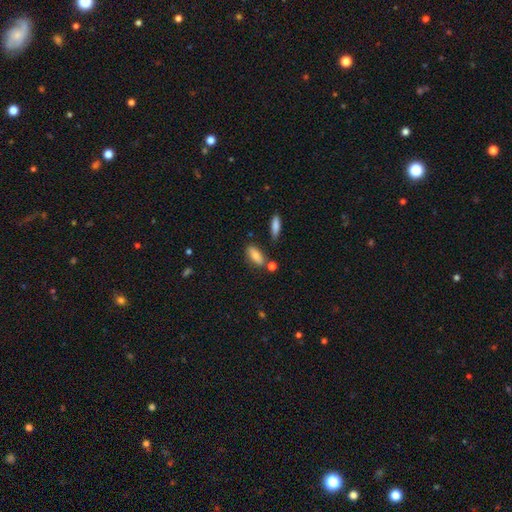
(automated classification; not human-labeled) Q: Smooth or featured?
A: smooth (79%); runner-up: featured or disk (13%)
Q: How rounded?
A: in between (77%); runner-up: cigar-shaped (20%)
Q: Merging?
A: none (71%); runner-up: minor disturbance (15%)